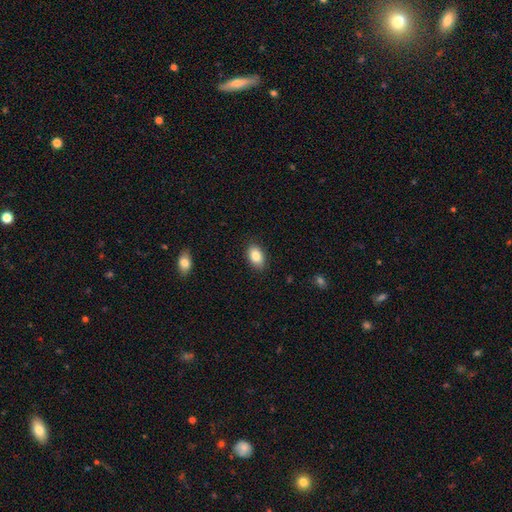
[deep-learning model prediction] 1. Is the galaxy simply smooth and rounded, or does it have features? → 84% smooth, 8% featured or disk, 8% star or artifact.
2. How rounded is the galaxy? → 89% in between, 10% round, 1% cigar-shaped.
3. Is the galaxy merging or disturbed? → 87% none, 10% minor disturbance, 2% major disturbance, 1% merger.